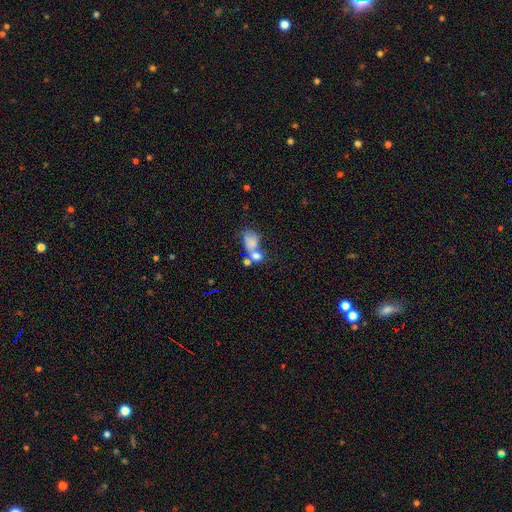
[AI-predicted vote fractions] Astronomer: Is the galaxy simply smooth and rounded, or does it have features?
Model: smooth — 70%.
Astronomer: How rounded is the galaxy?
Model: in between — 64%.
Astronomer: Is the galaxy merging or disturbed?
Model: merger — 57%.